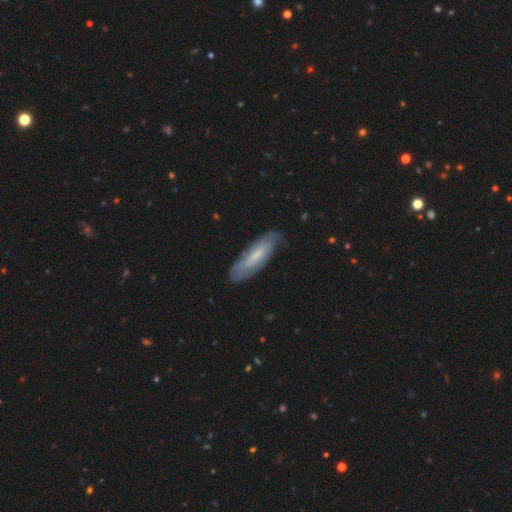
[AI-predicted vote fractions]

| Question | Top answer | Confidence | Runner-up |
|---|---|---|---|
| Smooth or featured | smooth | 49% | featured or disk (44%) |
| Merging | none | 77% | minor disturbance (18%) |